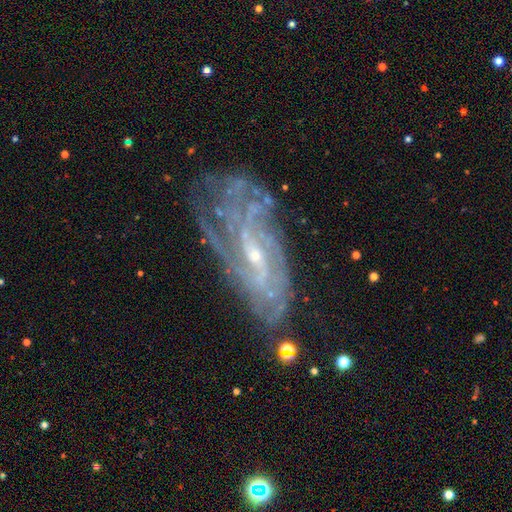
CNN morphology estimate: A featured or disk galaxy (85%) with a weak bar (48%), tight (63%) spiral arms (95%) and a small central bulge (74%). Merging: none (70%).